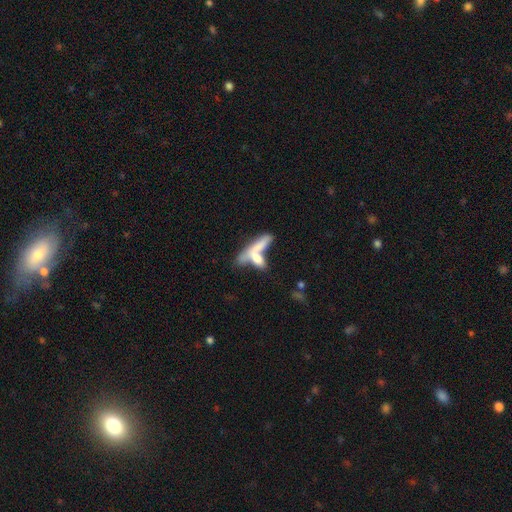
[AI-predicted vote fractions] smooth_or_featured: smooth (p=0.65) [alt: featured or disk p=0.27]
how_rounded: cigar-shaped (p=0.57) [alt: in between p=0.39]
merging: merger (p=0.57) [alt: none p=0.25]